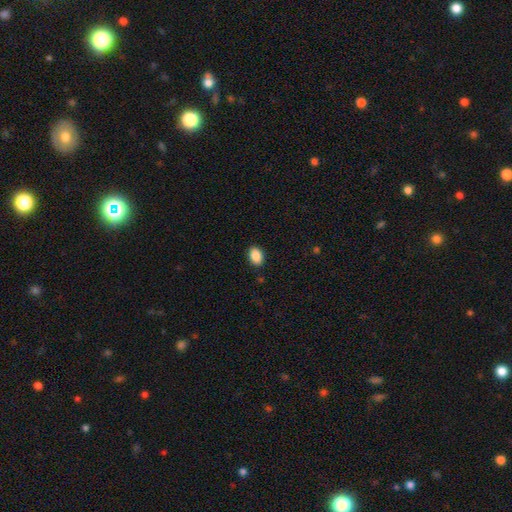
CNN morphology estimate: Overall: smooth (89%). How rounded: in between (82%). Merging: none (89%).